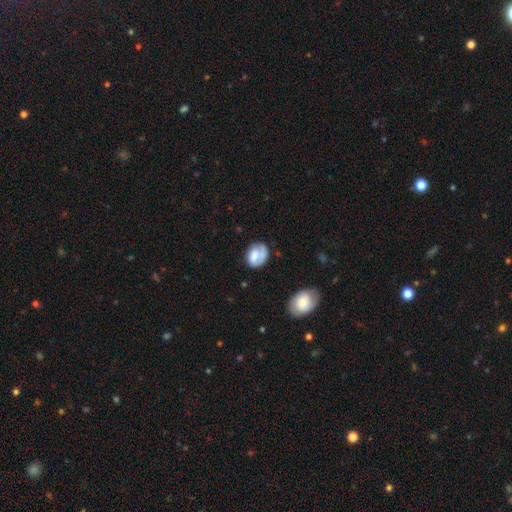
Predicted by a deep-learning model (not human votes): smooth-or-featured: smooth: 62% | featured or disk: 31% | star or artifact: 7%
  how-rounded: in between: 58% | round: 41% | cigar-shaped: 1%
  merging: none: 51% | minor disturbance: 28% | major disturbance: 15% | merger: 5%